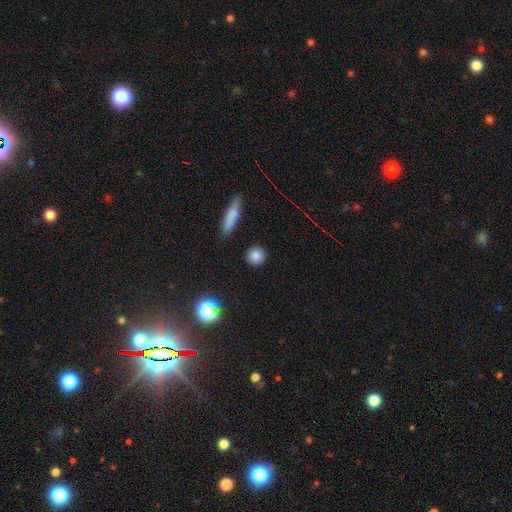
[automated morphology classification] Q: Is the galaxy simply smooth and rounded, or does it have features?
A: smooth — 83%.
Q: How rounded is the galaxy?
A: round — 90%.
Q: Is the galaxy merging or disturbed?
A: none — 90%.